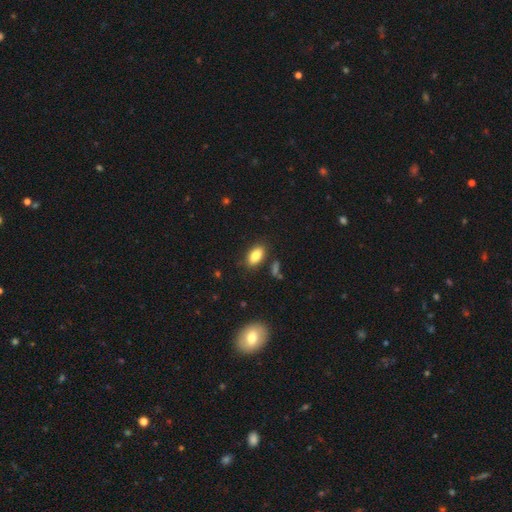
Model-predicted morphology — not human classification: A smooth galaxy with no disk features (83%) that is in between round and cigar-shaped (90%). Merging: none (85%).